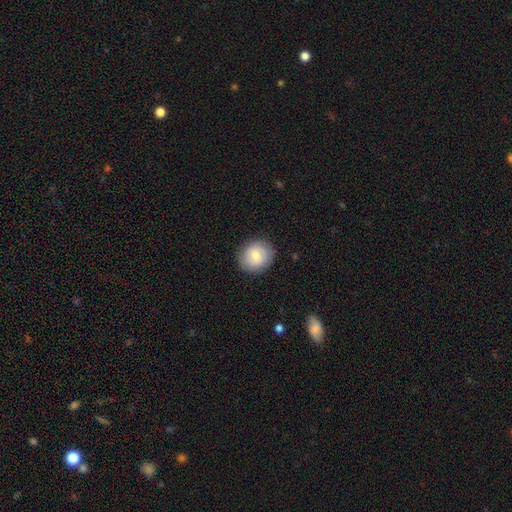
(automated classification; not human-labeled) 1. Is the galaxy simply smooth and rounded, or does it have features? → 74% smooth, 18% featured or disk, 7% star or artifact.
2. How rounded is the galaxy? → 80% round, 19% in between, 1% cigar-shaped.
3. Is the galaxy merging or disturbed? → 86% none, 10% minor disturbance, 3% major disturbance, 1% merger.